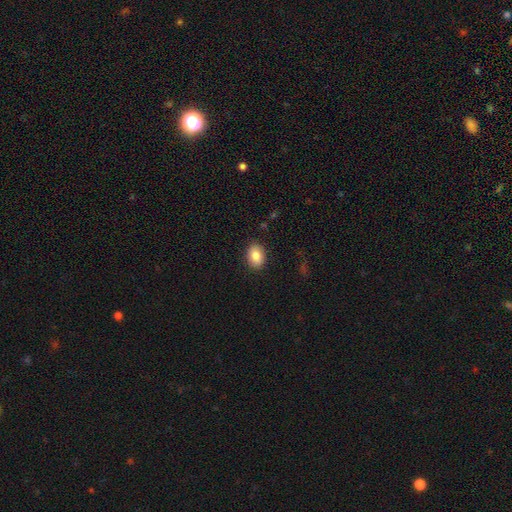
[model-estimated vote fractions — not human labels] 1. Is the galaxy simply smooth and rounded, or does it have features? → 84% smooth, 8% featured or disk, 8% star or artifact.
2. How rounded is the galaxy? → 76% in between, 23% round, 1% cigar-shaped.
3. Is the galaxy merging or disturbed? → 88% none, 9% minor disturbance, 2% major disturbance, 1% merger.